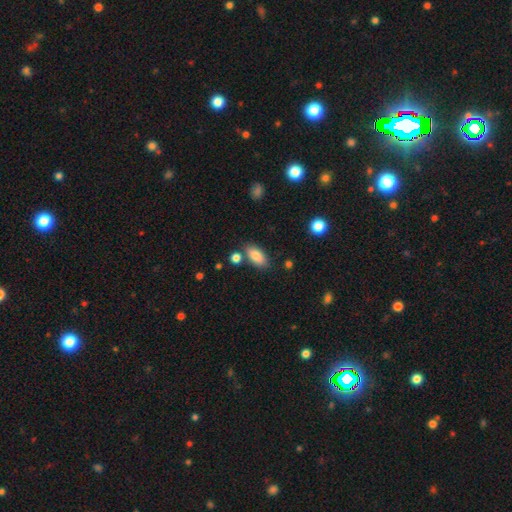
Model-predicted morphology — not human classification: The model was most divided on "merging": none: 77%, minor disturbance: 12%, merger: 8%, major disturbance: 3%. More confident: how rounded — in between (90%); smooth or featured — smooth (85%).